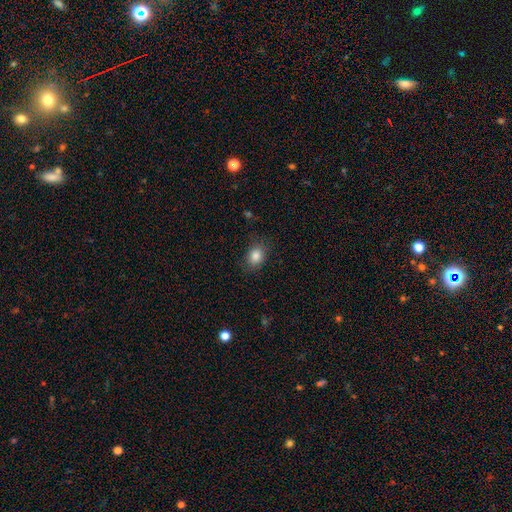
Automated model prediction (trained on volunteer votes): Overall: smooth (85%). How rounded: in between (57%; round 42%). Merging: none (80%).